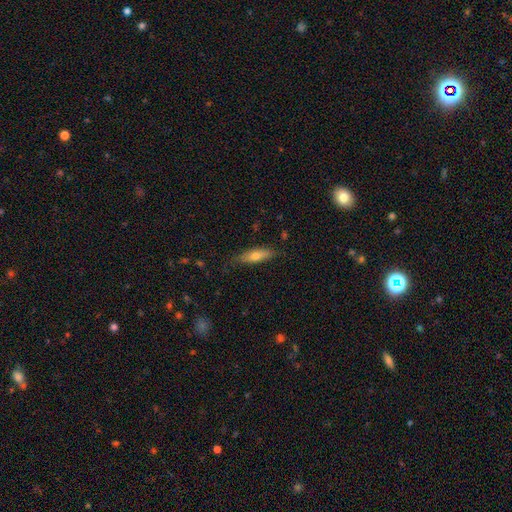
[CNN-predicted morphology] A smooth galaxy with no disk features (63%) that is cigar-shaped (61%).

Vote fractions:
- Smooth or featured? smooth: 63% / featured or disk: 31% / star or artifact: 7%
- How rounded? cigar-shaped: 61% / in between: 37% / round: 2%
- Merging? none: 78% / minor disturbance: 17% / major disturbance: 3% / merger: 1%